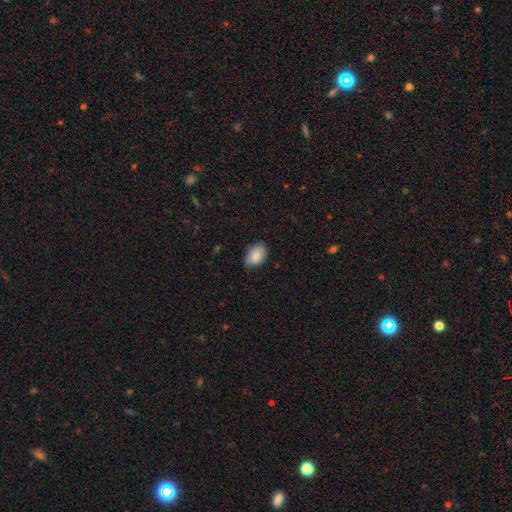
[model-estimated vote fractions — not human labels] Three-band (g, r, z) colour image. It shows a smooth galaxy with no disk features (84%) that is in between round and cigar-shaped (84%). Merging: none (74%).